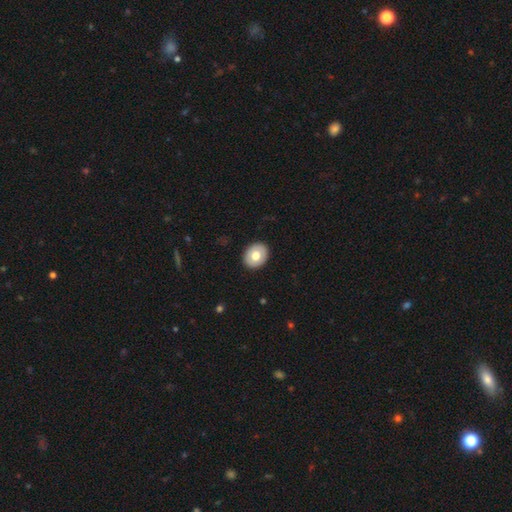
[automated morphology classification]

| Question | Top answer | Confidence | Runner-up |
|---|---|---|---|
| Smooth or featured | smooth | 71% | featured or disk (22%) |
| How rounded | in between | 51% | round (48%) |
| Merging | none | 91% | minor disturbance (6%) |